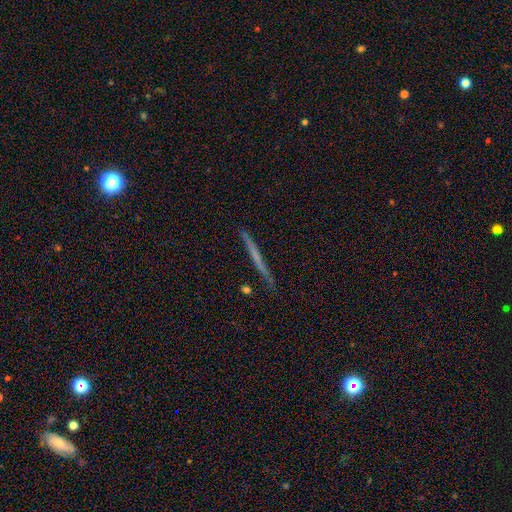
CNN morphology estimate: smooth_or_featured: featured or disk (p=0.51) [alt: smooth p=0.43]
disk_edge_on: yes (p=0.97) [alt: no p=0.03]
merging: none (p=0.89) [alt: minor disturbance p=0.07]